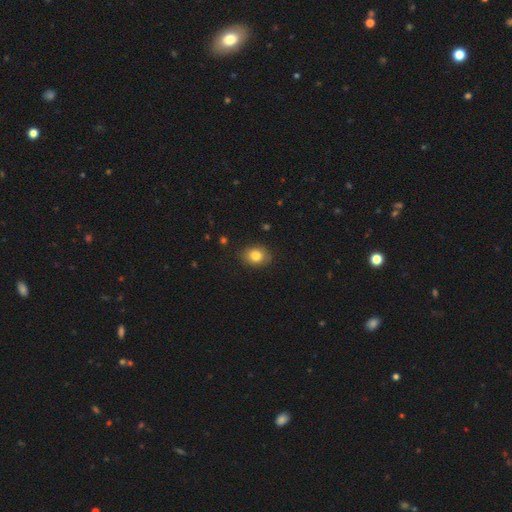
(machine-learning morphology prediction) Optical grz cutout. It shows a smooth galaxy with no disk features (81%) that is in between round and cigar-shaped (59%). Merging: none (83%).